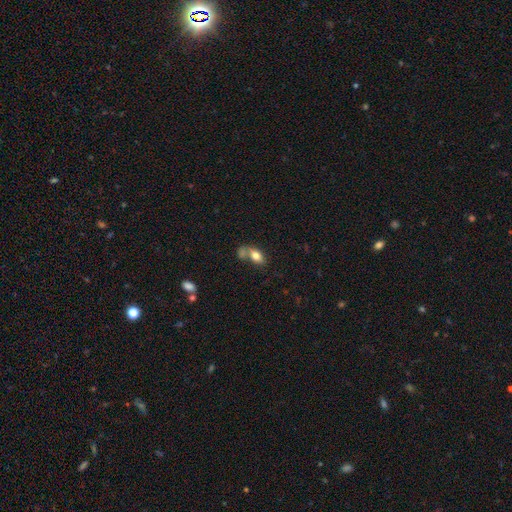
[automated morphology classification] Smooth or featured: smooth — 76% (featured or disk — 16%)
How rounded: in between — 86% (round — 10%)
Merging: merger — 41% (none — 32%)